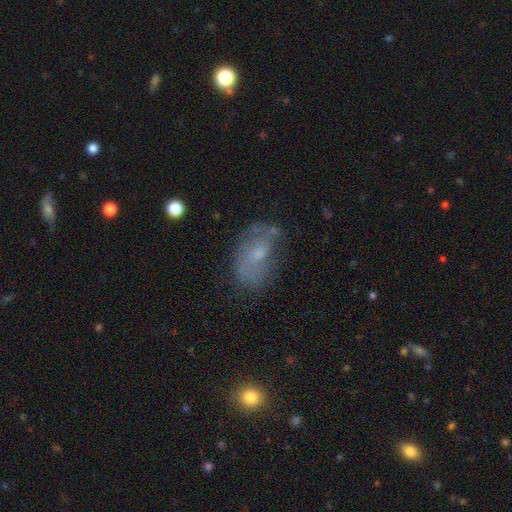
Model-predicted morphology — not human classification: type=featured or disk (47%); merging=none (51%).